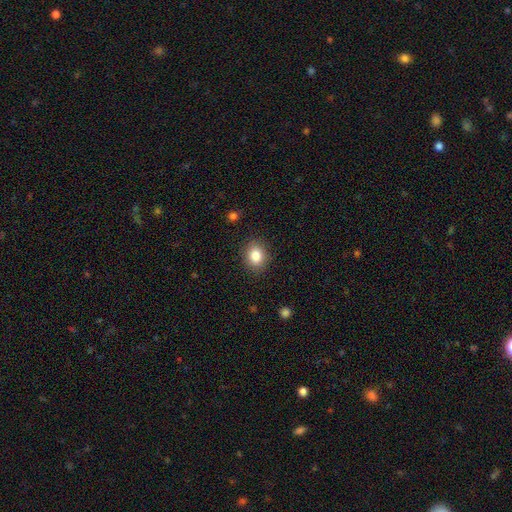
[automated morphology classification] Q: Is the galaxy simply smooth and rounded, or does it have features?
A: smooth — 84%.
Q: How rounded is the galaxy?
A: round — 60%.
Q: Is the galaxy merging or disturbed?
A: none — 88%.